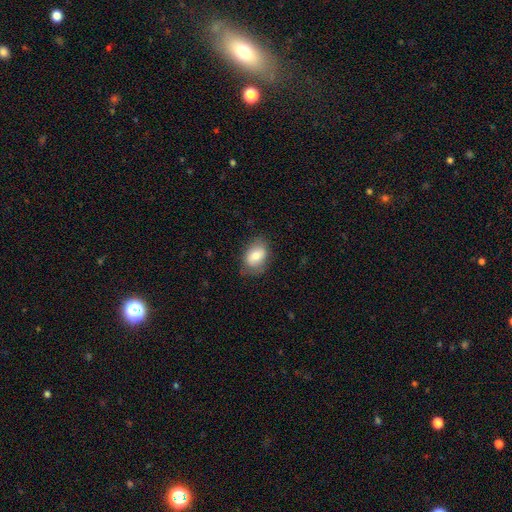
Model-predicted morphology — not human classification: smooth-or-featured: smooth: 76% | featured or disk: 17% | star or artifact: 7%
  how-rounded: in between: 81% | round: 18% | cigar-shaped: 1%
  merging: none: 74% | minor disturbance: 19% | major disturbance: 5% | merger: 1%